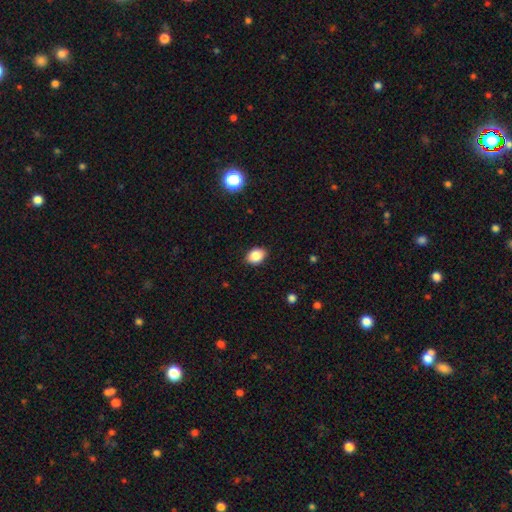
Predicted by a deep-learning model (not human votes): Smooth or featured? smooth (87%)
How rounded? in between (74%)
Merging? none (88%)